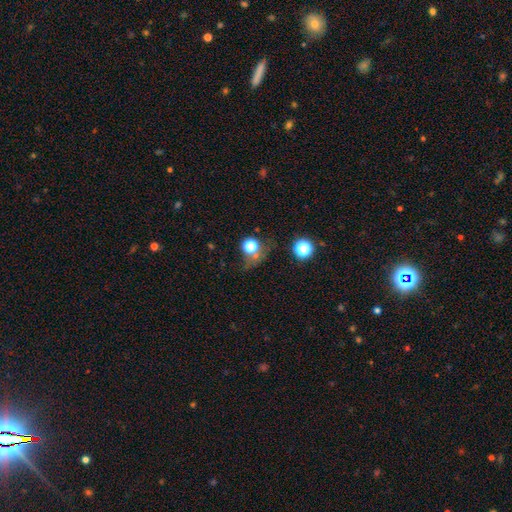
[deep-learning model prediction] Smooth or featured? star or artifact (47%)